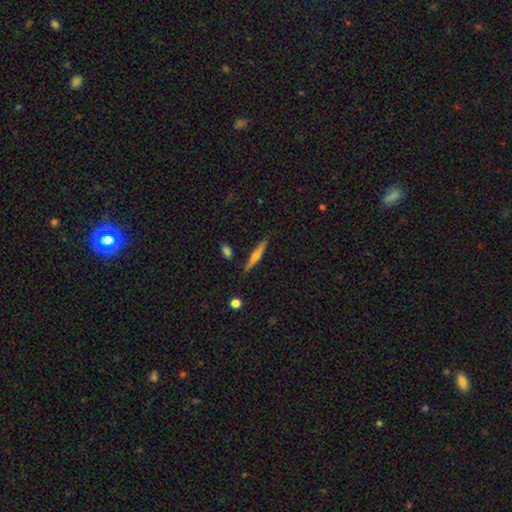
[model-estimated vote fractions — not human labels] A featured or disk galaxy (57%) viewed edge-on (97%) with a rounded central bulge (80%). Merging: none (87%).